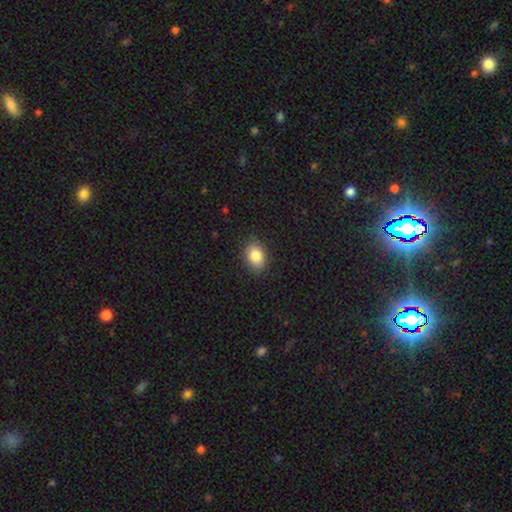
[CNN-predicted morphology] smooth-or-featured: smooth: 86% | star or artifact: 8% | featured or disk: 6%
  how-rounded: in between: 82% | round: 17% | cigar-shaped: 1%
  merging: none: 87% | minor disturbance: 10% | major disturbance: 2% | merger: 1%